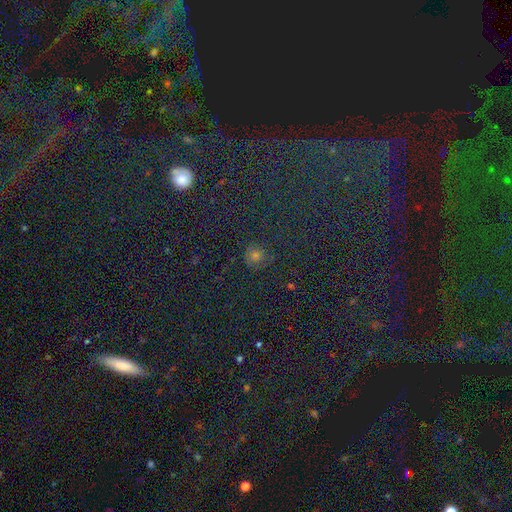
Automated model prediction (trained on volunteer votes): smooth_or_featured: smooth (p=0.59) [alt: star or artifact p=0.33]
how_rounded: round (p=0.89) [alt: in between p=0.09]
merging: none (p=0.86) [alt: minor disturbance p=0.09]